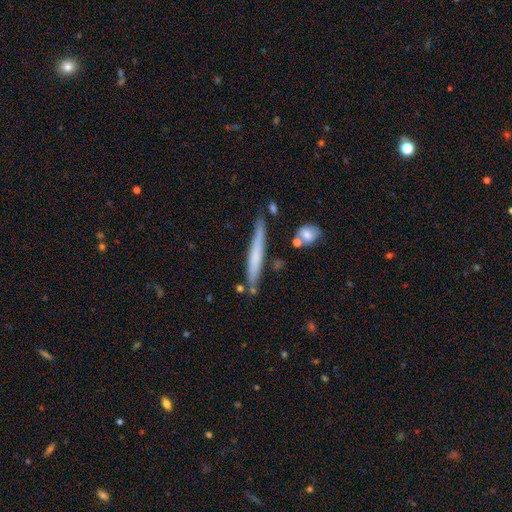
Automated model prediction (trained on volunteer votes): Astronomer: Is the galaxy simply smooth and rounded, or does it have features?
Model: smooth — 56% (runner-up: featured or disk, 37%).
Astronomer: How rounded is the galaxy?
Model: cigar-shaped — 95%.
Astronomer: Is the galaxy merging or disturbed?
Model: none — 76%.